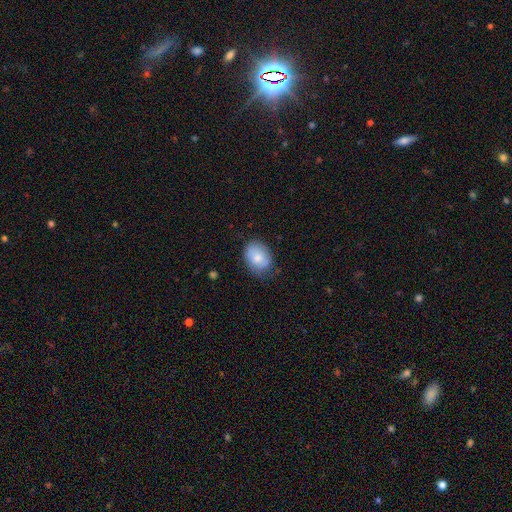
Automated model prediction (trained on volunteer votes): Smooth or featured: smooth — 71% (featured or disk — 21%)
How rounded: in between — 66% (round — 33%)
Merging: none — 69% (minor disturbance — 24%)